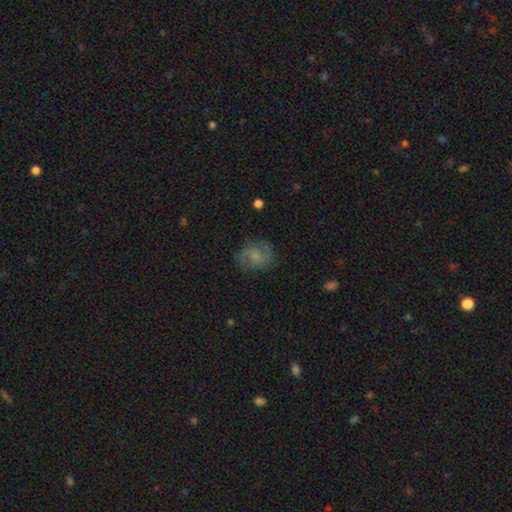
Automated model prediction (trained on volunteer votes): Q: Smooth or featured?
A: featured or disk (57%); runner-up: smooth (33%)
Q: Edge-on disk?
A: no (97%); runner-up: yes (3%)
Q: Bar?
A: no (55%); runner-up: weak (39%)
Q: Spiral arms?
A: yes (89%); runner-up: no (11%)
Q: Bulge size?
A: small (35%); runner-up: moderate (32%)
Q: Merging?
A: none (77%); runner-up: minor disturbance (16%)